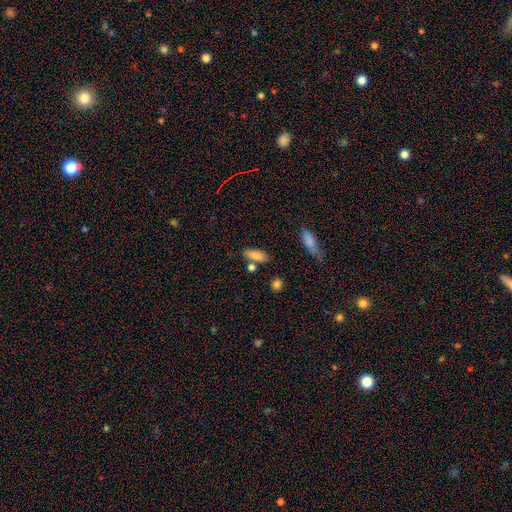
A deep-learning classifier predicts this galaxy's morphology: Overall: smooth (82%). How rounded: in between (69%). Merging: none (70%).